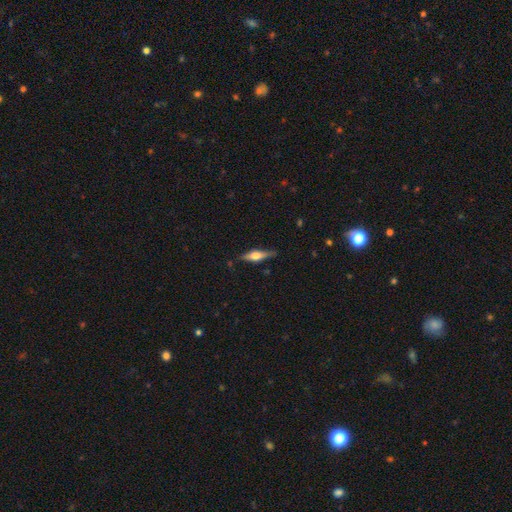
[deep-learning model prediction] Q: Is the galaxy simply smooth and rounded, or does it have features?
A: featured or disk — 62%.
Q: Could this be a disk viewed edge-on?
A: yes — 96%.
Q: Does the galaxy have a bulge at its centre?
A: rounded — 90%.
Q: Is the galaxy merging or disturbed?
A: none — 82%.